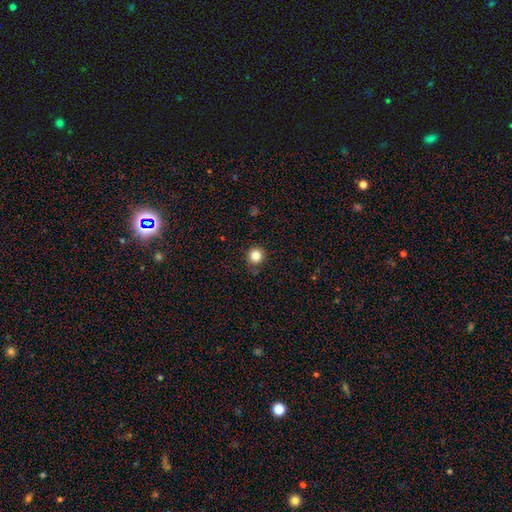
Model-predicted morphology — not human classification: This appears to be a smooth galaxy with no disk features (85%) that is round (93%). Merging: none (86%).